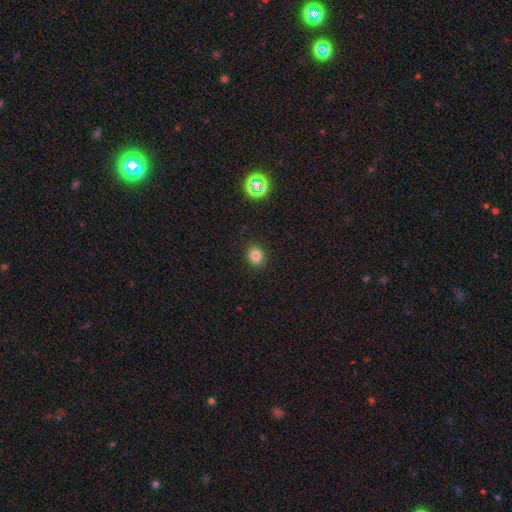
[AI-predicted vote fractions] smooth 80%, star or artifact 14%, featured or disk 6%. Down the decision tree: how rounded — round (76%); merging — none (89%).